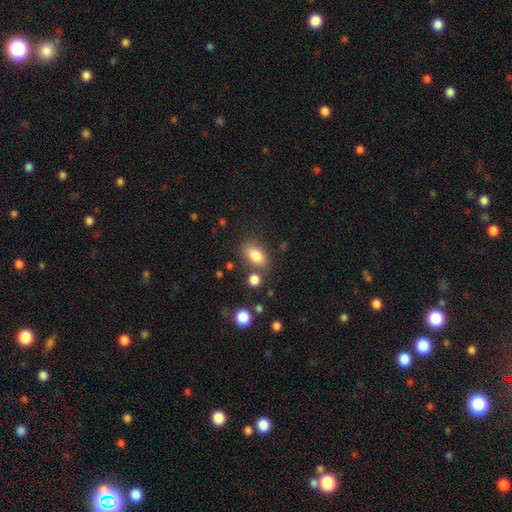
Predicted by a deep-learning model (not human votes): smooth_or_featured: smooth (p=0.82) [alt: featured or disk p=0.09]
how_rounded: in between (p=0.86) [alt: round p=0.11]
merging: none (p=0.74) [alt: minor disturbance p=0.14]